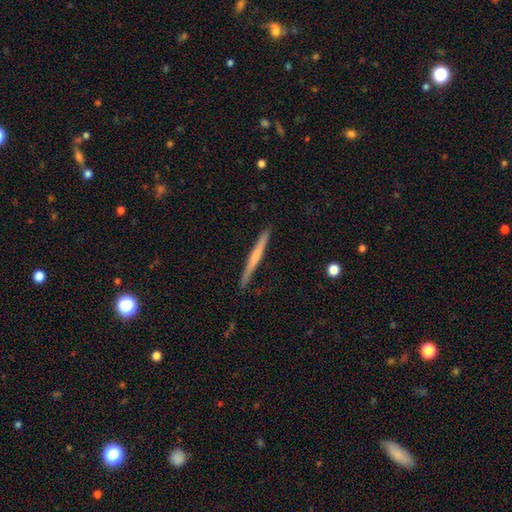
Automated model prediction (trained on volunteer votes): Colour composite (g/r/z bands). It shows a featured or disk galaxy (52%) viewed edge-on (98%) with no central bulge (64%). Merging: none (91%).